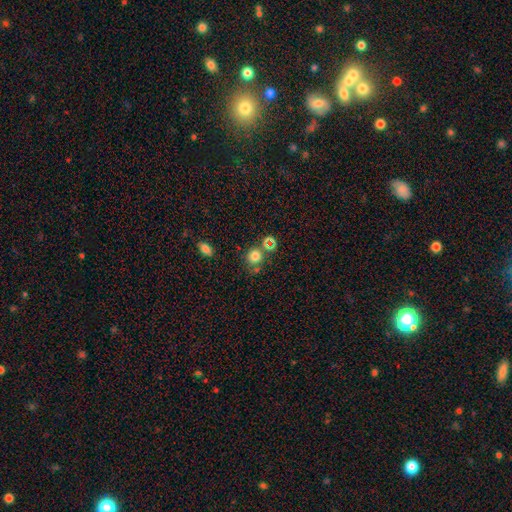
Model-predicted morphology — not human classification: Smooth or featured?
  - smooth: 76% *
  - star or artifact: 16%
  - featured or disk: 8%
How rounded?
  - round: 83% *
  - in between: 16%
  - cigar-shaped: 1%
Merging?
  - none: 67% *
  - merger: 16%
  - minor disturbance: 13%
  - major disturbance: 5%